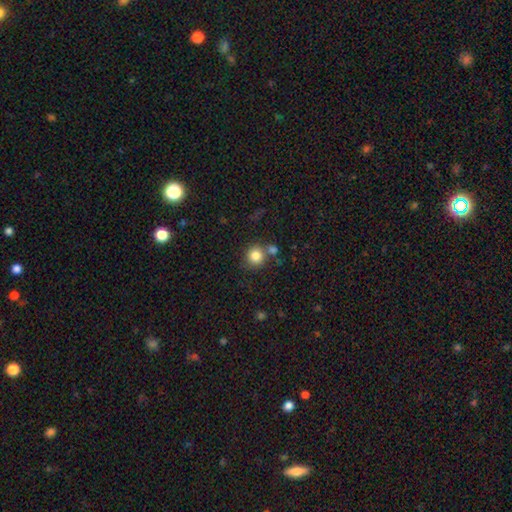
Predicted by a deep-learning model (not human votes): This appears to be a smooth galaxy with no disk features (83%) that is round (90%). Merging: none (68%).